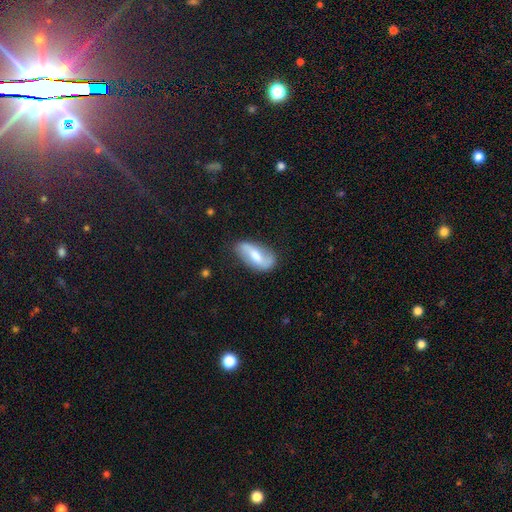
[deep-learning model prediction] Smooth or featured?
  - featured or disk: 61% *
  - smooth: 33%
  - star or artifact: 6%
Edge-on disk?
  - no: 91% *
  - yes: 9%
Bar?
  - weak: 42% *
  - strong: 31%
  - no: 27%
Spiral arms?
  - yes: 82% *
  - no: 18%
Bulge size?
  - moderate: 63% *
  - small: 23%
  - large: 10%
  - none: 3%
  - dominant: 1%
Merging?
  - none: 73% *
  - minor disturbance: 19%
  - major disturbance: 6%
  - merger: 2%